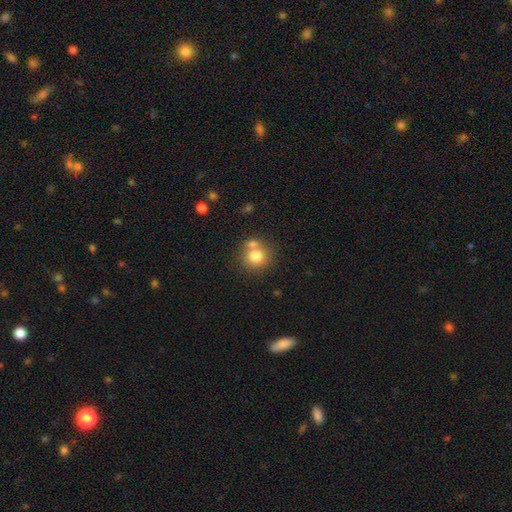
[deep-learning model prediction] Overall: smooth (77%). How rounded: round (89%). Merging: none (60%; merger 27%).